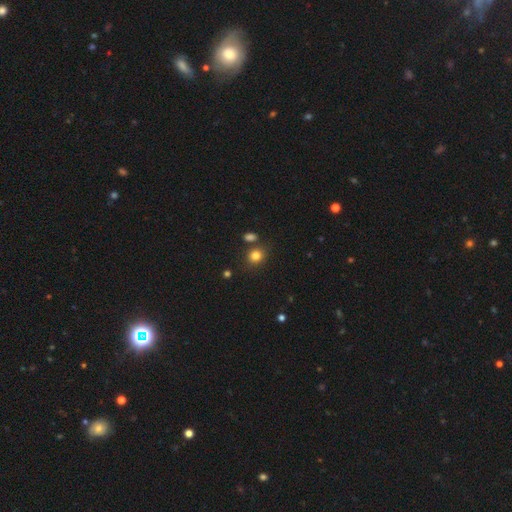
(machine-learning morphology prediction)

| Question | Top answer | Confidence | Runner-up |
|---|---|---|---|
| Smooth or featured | smooth | 82% | star or artifact (12%) |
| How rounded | round | 75% | in between (24%) |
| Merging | none | 75% | minor disturbance (11%) |